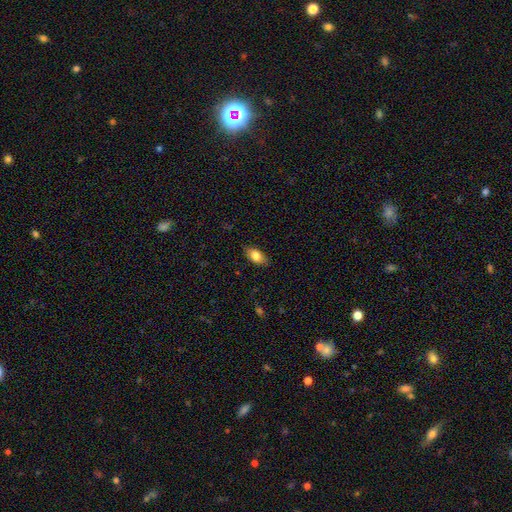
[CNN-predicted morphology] smooth_or_featured: smooth (p=0.81) [alt: featured or disk p=0.12]
how_rounded: in between (p=0.90) [alt: round p=0.06]
merging: none (p=0.82) [alt: minor disturbance p=0.14]